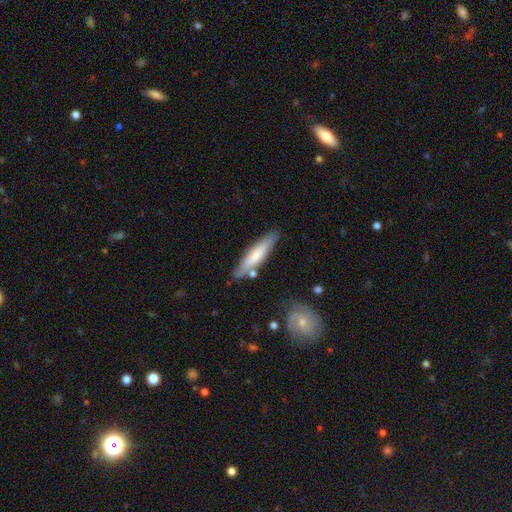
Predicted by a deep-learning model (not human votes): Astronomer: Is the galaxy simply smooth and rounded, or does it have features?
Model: smooth — 64%.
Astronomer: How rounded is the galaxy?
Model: cigar-shaped — 82%.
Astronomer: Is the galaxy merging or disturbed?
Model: none — 79%.